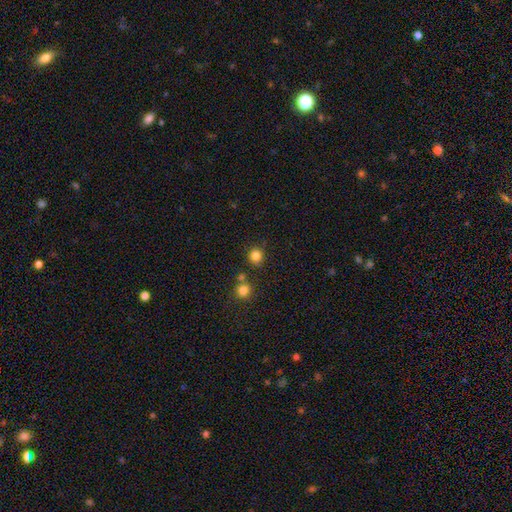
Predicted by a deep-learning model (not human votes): Smooth or featured: smooth — 83% (star or artifact — 13%)
How rounded: round — 88% (in between — 11%)
Merging: none — 81% (minor disturbance — 9%)